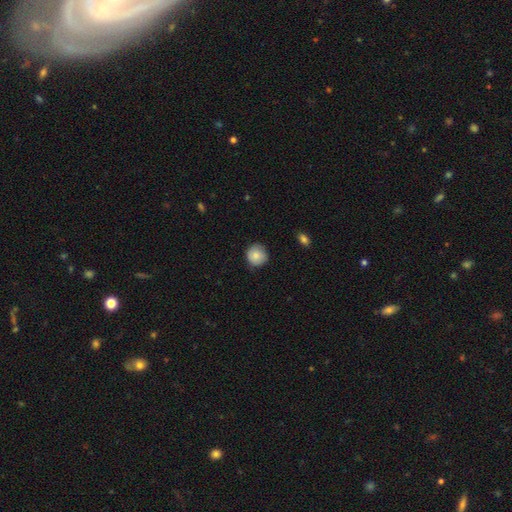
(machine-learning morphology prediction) Q: Smooth or featured?
A: smooth (83%); runner-up: featured or disk (9%)
Q: How rounded?
A: round (92%); runner-up: in between (7%)
Q: Merging?
A: none (81%); runner-up: minor disturbance (15%)